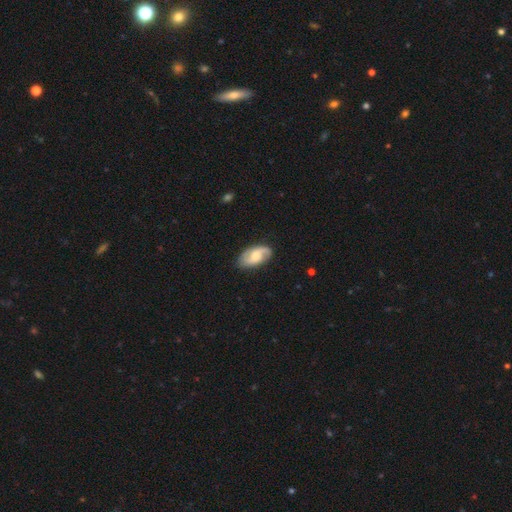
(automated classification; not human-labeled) This appears to be a featured or disk galaxy (69%) with no bar (52%), 2 (83%) medium (44%) spiral arms (93%) and a moderate central bulge (50%). Merging: none (79%).